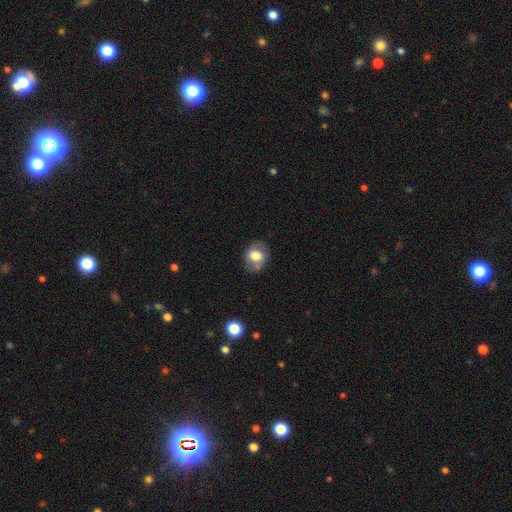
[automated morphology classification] This is likely a smooth galaxy (70%). How rounded: possibly in between (51%). Merging: likely none (72%).